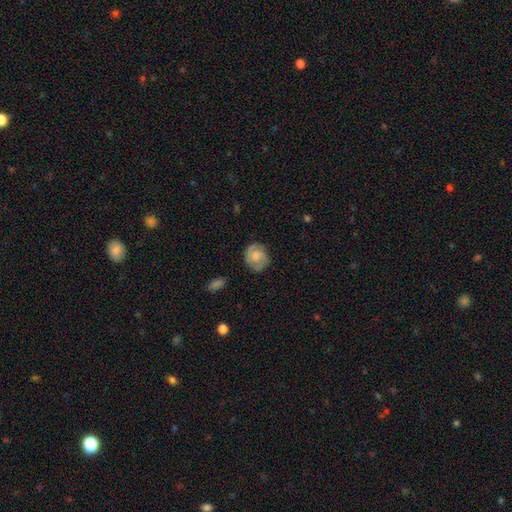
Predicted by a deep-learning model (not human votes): Morphology: type=featured or disk (59%); edge-on=no (97%); bar=no (63%); spiral arms=yes (91%); winding=tight (44%); arm count=2 (73%); bulge=moderate (34%, tied with small); merging=none (77%).